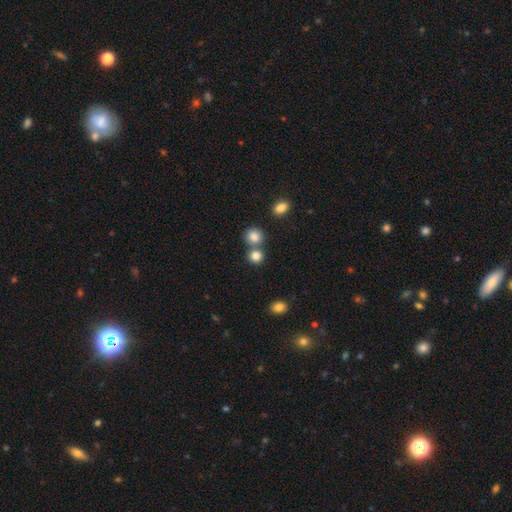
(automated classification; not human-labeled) Smooth or featured?
  - smooth: 82% *
  - star or artifact: 11%
  - featured or disk: 6%
How rounded?
  - round: 84% *
  - in between: 15%
  - cigar-shaped: 1%
Merging?
  - none: 59% *
  - merger: 31%
  - minor disturbance: 7%
  - major disturbance: 3%